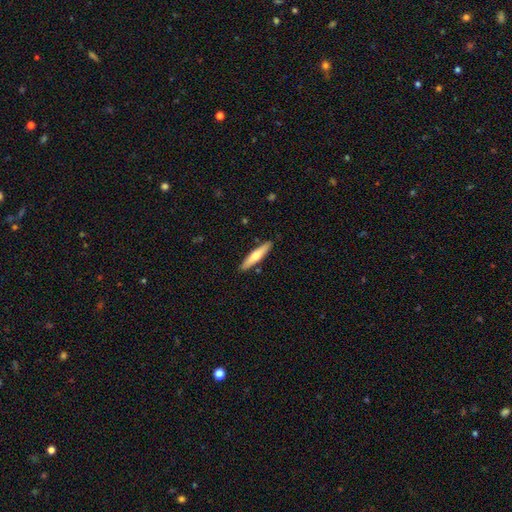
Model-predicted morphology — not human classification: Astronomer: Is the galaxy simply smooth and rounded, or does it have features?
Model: smooth — 56% (runner-up: featured or disk, 39%).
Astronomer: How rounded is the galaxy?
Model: cigar-shaped — 85%.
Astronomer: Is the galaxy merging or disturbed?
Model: none — 89%.